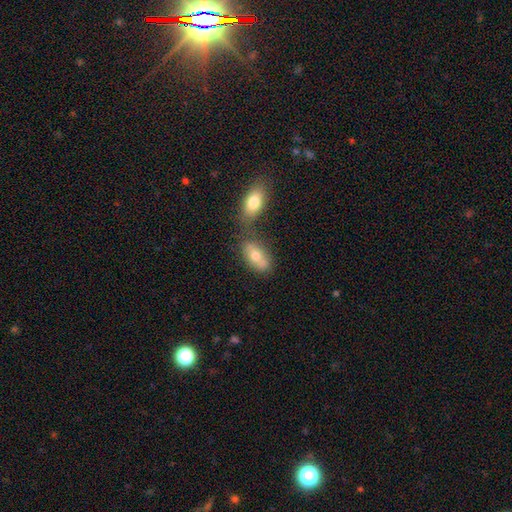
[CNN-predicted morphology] This appears to be a smooth galaxy with no disk features (70%) that is in between round and cigar-shaped (87%). Merging: none (49%).